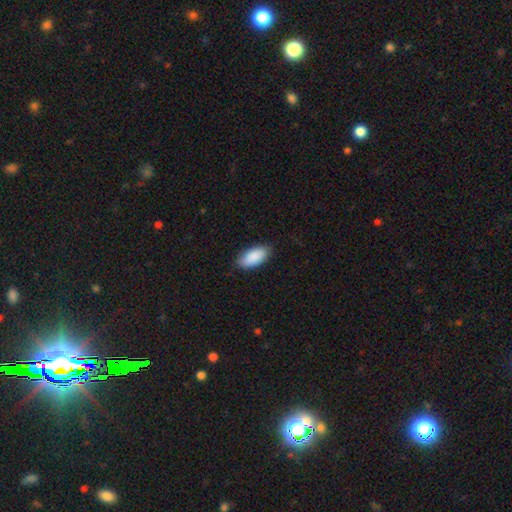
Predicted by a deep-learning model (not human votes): Overall: smooth (90%). How rounded: in between (93%). Merging: none (84%).